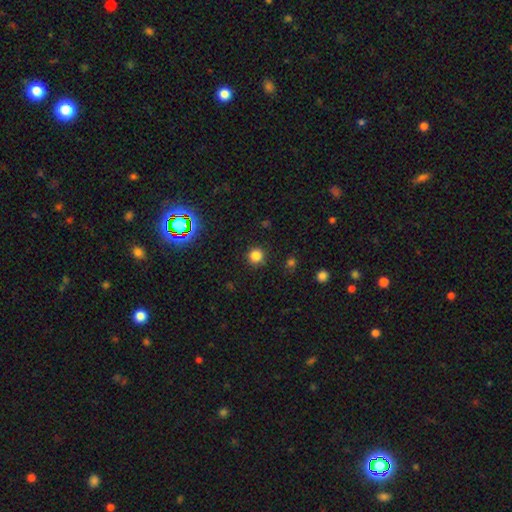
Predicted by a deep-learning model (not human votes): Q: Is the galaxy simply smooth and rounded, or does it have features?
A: smooth — 81%.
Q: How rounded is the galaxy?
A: round — 95%.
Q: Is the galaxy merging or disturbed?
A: none — 91%.